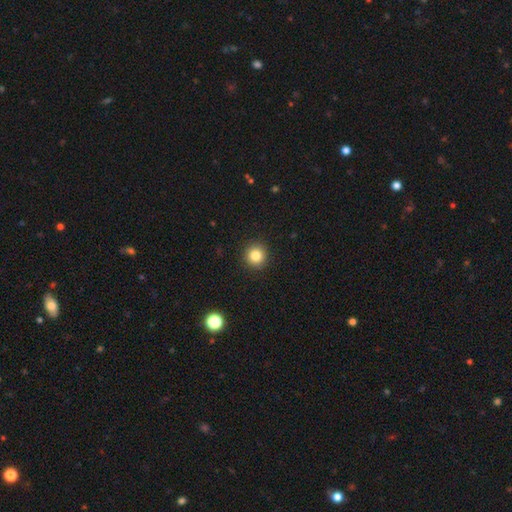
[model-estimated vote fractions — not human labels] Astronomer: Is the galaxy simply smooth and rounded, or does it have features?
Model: smooth — 84%.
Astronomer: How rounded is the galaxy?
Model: round — 93%.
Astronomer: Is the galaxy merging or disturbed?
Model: none — 92%.